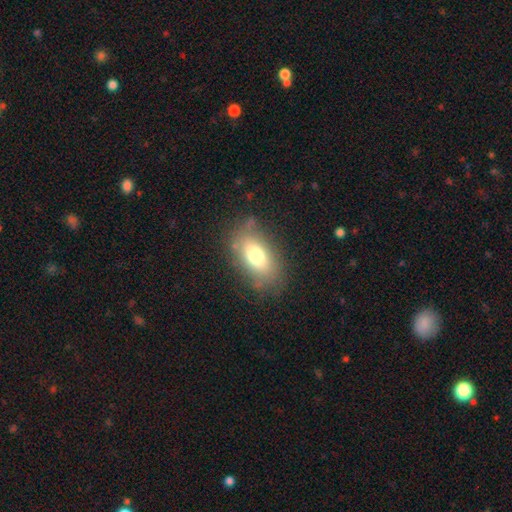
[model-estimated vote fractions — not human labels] A smooth galaxy with no disk features (73%) that is in between round and cigar-shaped (89%).

Vote fractions:
- Smooth or featured? smooth: 73% / featured or disk: 17% / star or artifact: 10%
- How rounded? in between: 89% / round: 7% / cigar-shaped: 4%
- Merging? none: 74% / minor disturbance: 17% / major disturbance: 7% / merger: 2%